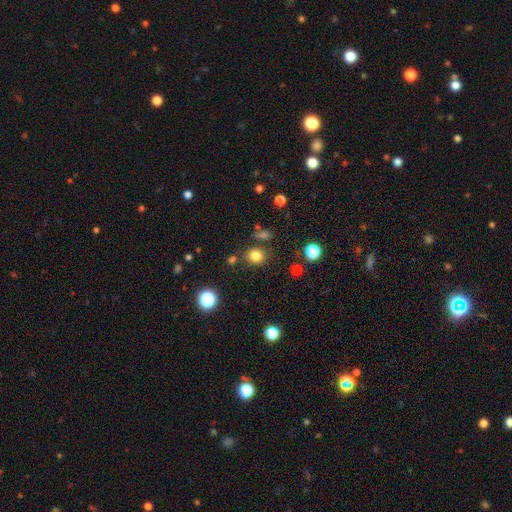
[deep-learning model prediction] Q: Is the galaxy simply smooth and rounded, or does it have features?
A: smooth — 80%.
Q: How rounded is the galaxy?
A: round — 74%.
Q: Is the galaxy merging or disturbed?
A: none — 81%.